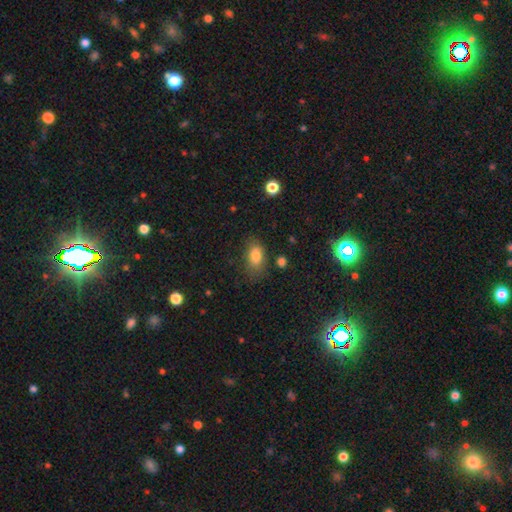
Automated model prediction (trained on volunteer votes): smooth-or-featured: smooth: 81% | featured or disk: 10% | star or artifact: 9%
  how-rounded: in between: 88% | round: 8% | cigar-shaped: 4%
  merging: none: 69% | minor disturbance: 21% | major disturbance: 7% | merger: 3%